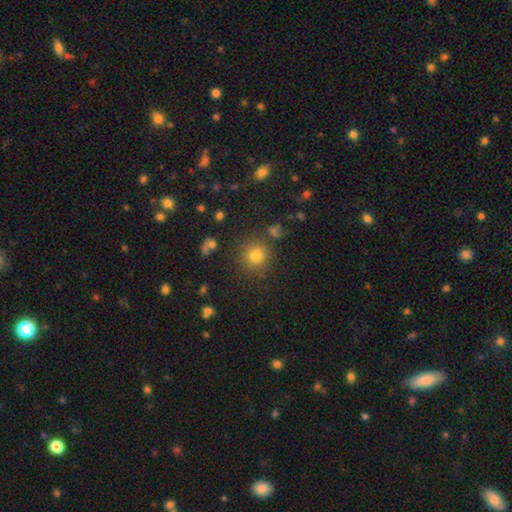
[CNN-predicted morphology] A smooth galaxy with no disk features (77%) that is round (92%).

Vote fractions:
- Smooth or featured? smooth: 77% / star or artifact: 16% / featured or disk: 7%
- How rounded? round: 92% / in between: 7% / cigar-shaped: 1%
- Merging? none: 83% / minor disturbance: 9% / merger: 5% / major disturbance: 4%